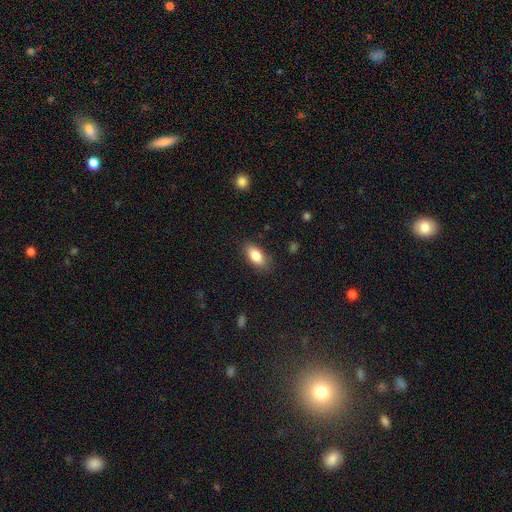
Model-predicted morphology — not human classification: smooth 84%, featured or disk 9%, star or artifact 7%. Down the decision tree: how rounded — in between (89%); merging — none (84%).